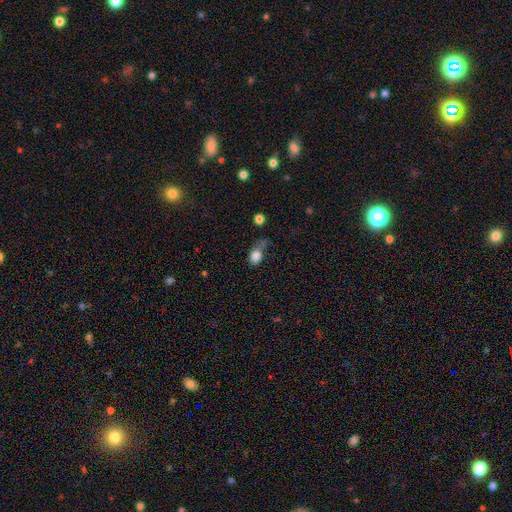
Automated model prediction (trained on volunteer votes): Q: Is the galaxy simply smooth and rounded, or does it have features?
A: smooth — 82%.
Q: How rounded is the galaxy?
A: in between — 67%.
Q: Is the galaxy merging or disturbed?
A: none — 34%.